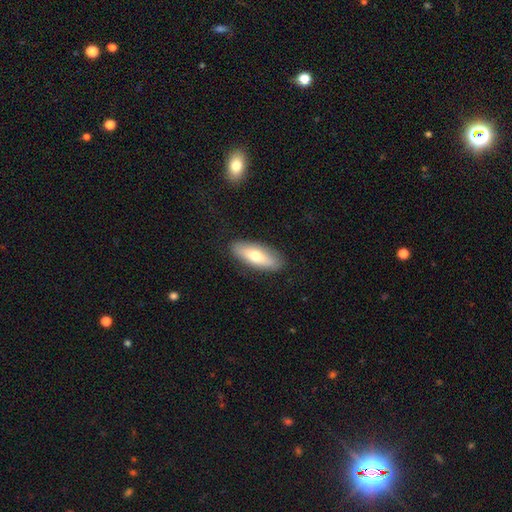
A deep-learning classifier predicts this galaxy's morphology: type=smooth (65%); roundness=in between (72%); merging=none (87%).